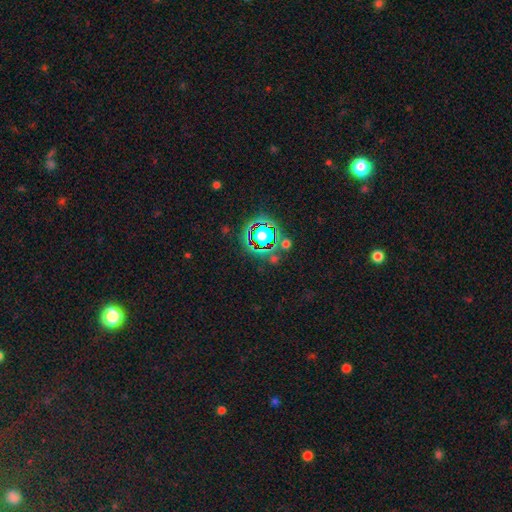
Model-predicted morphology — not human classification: Smooth or featured? star or artifact (80%)